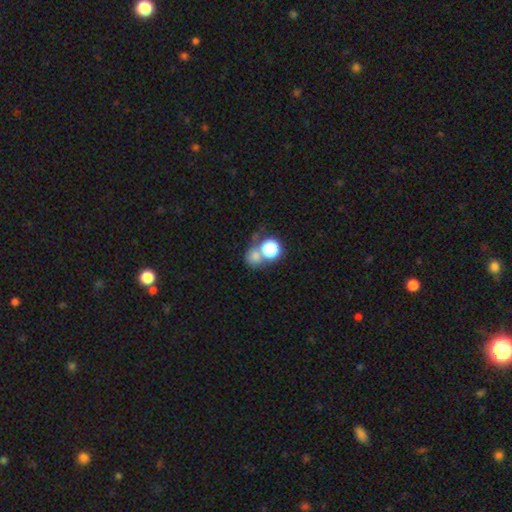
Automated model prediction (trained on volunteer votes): Smooth or featured? smooth (70%)
How rounded? round (79%)
Merging? none (45%)